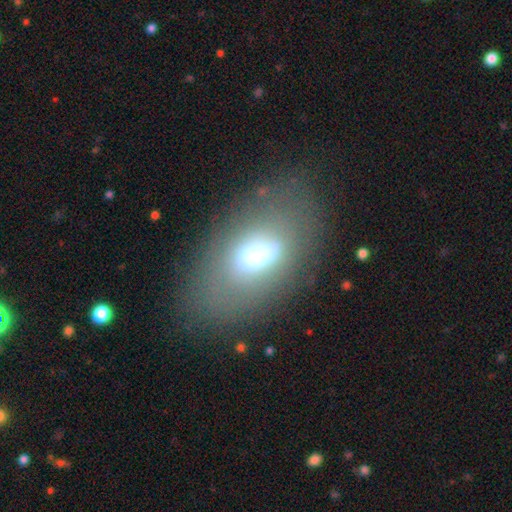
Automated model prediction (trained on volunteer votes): Q: Smooth or featured?
A: smooth (54%); runner-up: featured or disk (32%)
Q: How rounded?
A: in between (86%); runner-up: round (7%)
Q: Merging?
A: none (63%); runner-up: minor disturbance (19%)